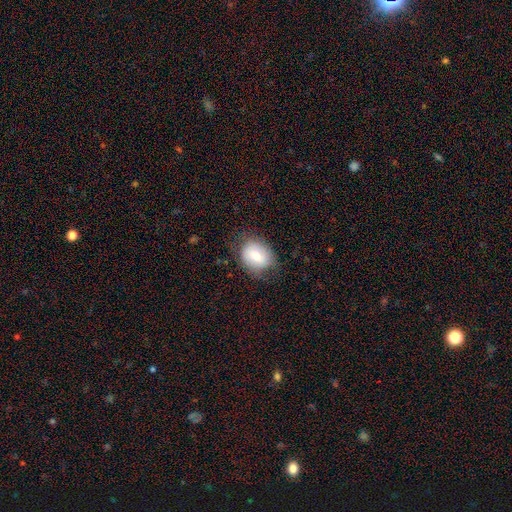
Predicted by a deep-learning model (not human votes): Smooth or featured?
  - smooth: 74% *
  - featured or disk: 18%
  - star or artifact: 8%
How rounded?
  - in between: 52% *
  - round: 47%
  - cigar-shaped: 1%
Merging?
  - none: 70% *
  - minor disturbance: 22%
  - major disturbance: 7%
  - merger: 1%